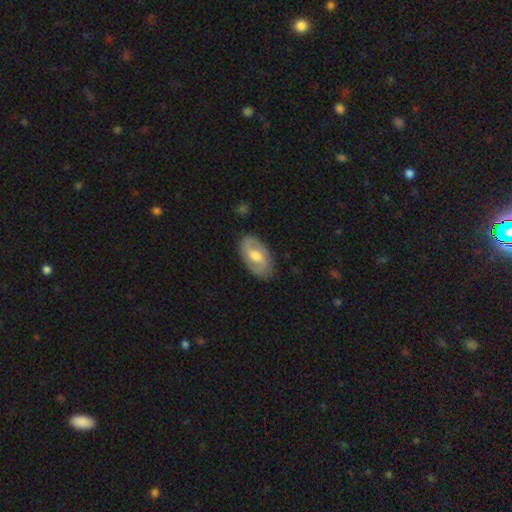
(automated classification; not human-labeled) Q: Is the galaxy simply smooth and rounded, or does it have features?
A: featured or disk — 59%.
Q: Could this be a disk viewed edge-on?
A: no — 94%.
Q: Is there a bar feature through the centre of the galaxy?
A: weak — 49%.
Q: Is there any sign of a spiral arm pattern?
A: yes — 74%.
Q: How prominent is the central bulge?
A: moderate — 70%.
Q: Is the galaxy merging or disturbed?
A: none — 83%.